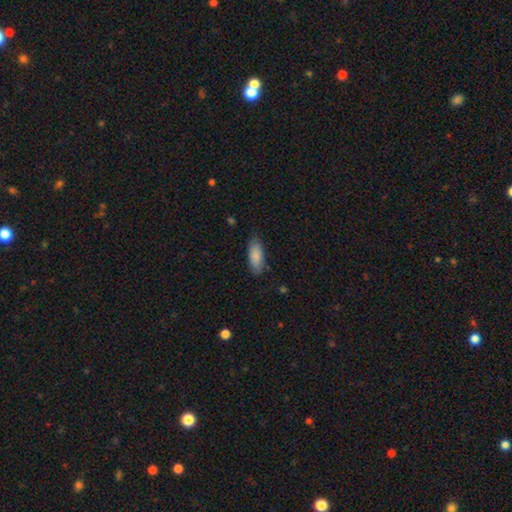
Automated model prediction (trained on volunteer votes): A smooth galaxy with no disk features (87%) that is in between round and cigar-shaped (78%). Merging: none (82%).